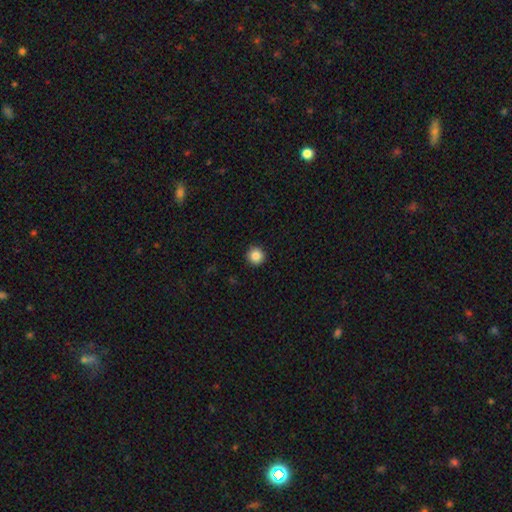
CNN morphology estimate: This is clearly a smooth galaxy (86%). How rounded: clearly round (96%). Merging: clearly none (92%).